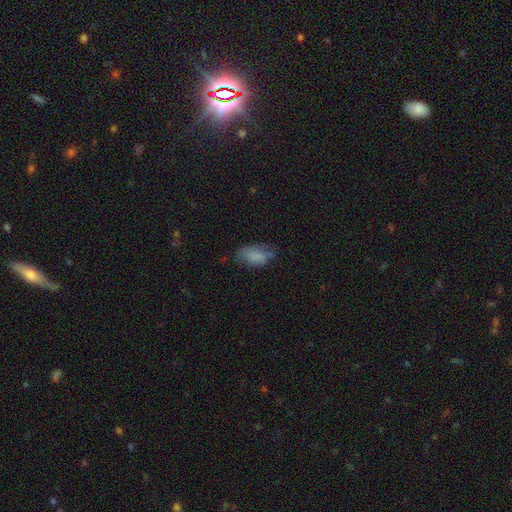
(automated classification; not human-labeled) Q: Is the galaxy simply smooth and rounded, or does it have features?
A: smooth — 78%.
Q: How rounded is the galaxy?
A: in between — 93%.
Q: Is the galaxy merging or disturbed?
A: none — 53%.